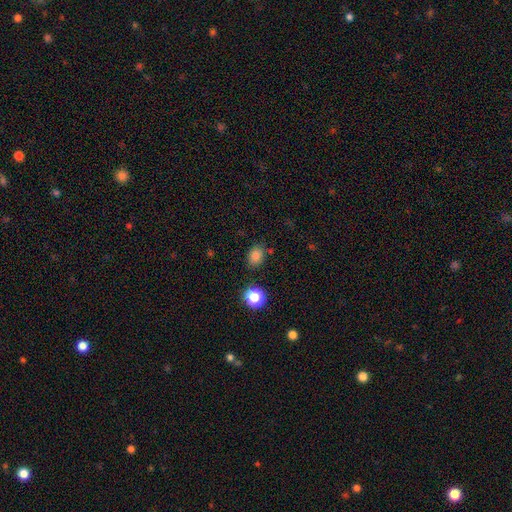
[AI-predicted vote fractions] smooth-or-featured: smooth: 80% | star or artifact: 14% | featured or disk: 6%
  how-rounded: in between: 61% | round: 38% | cigar-shaped: 1%
  merging: none: 79% | minor disturbance: 13% | merger: 4% | major disturbance: 3%